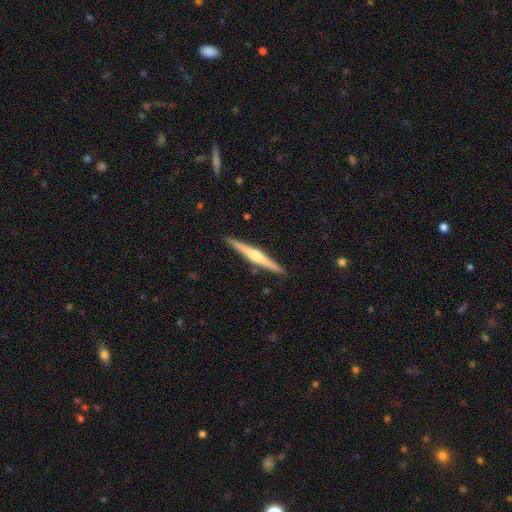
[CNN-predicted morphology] Q: Smooth or featured?
A: featured or disk (70%); runner-up: smooth (25%)
Q: Edge-on disk?
A: yes (98%); runner-up: no (2%)
Q: Edge-on bulge?
A: rounded (81%); runner-up: boxy (10%)
Q: Merging?
A: none (91%); runner-up: minor disturbance (7%)